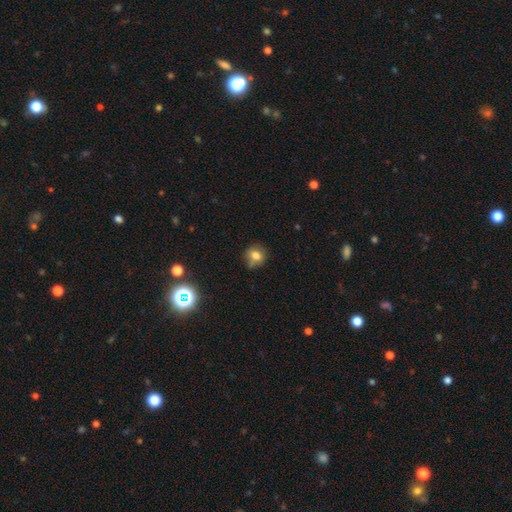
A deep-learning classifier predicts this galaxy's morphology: Smooth or featured? Predicted: smooth (p=0.75). How rounded? Predicted: round (p=0.81). Merging? Predicted: none (p=0.66).